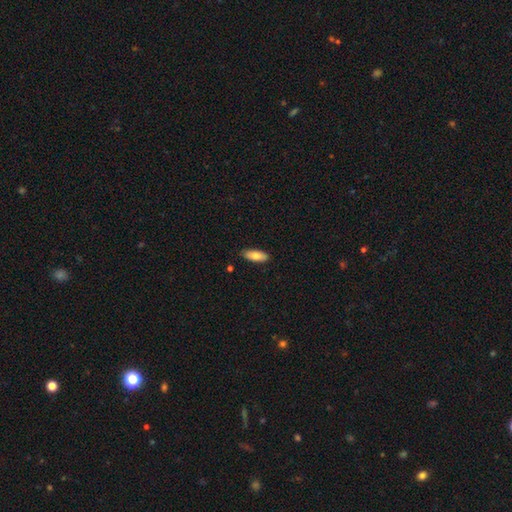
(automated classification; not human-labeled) smooth_or_featured: smooth (p=0.79) [alt: featured or disk p=0.14]
how_rounded: in between (p=0.76) [alt: cigar-shaped p=0.22]
merging: none (p=0.87) [alt: minor disturbance p=0.10]